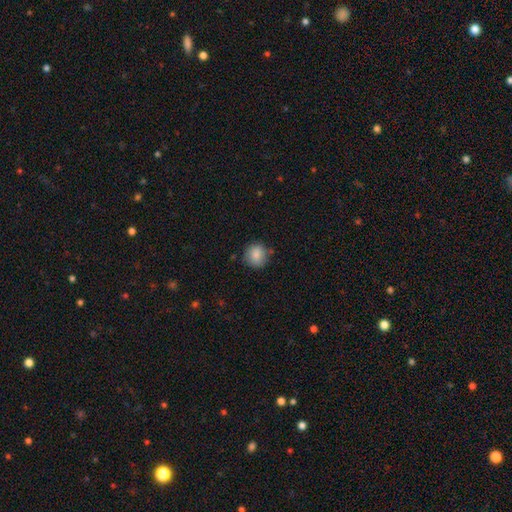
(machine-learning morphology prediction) type=smooth (86%); roundness=round (87%); merging=none (79%).